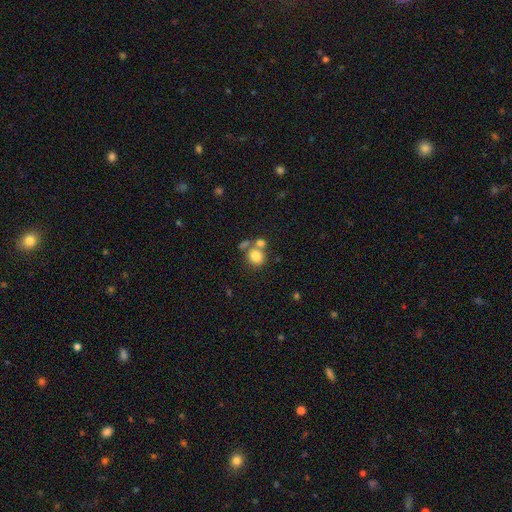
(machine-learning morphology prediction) smooth-or-featured: smooth: 80% | star or artifact: 11% | featured or disk: 9%
  how-rounded: round: 76% | in between: 23% | cigar-shaped: 1%
  merging: none: 53% | merger: 32% | minor disturbance: 10% | major disturbance: 5%